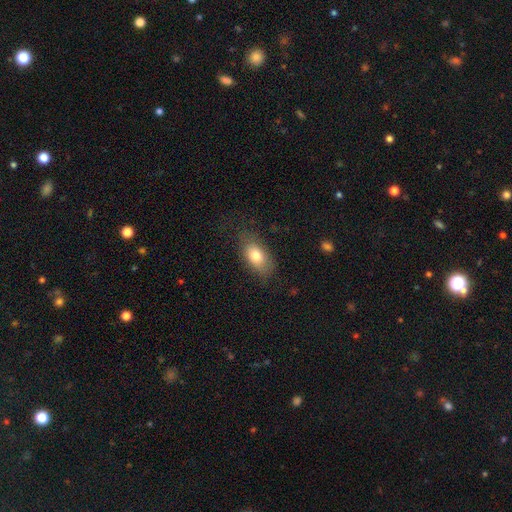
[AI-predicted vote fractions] Smooth or featured? Predicted: smooth (p=0.78). How rounded? Predicted: in between (p=0.89). Merging? Predicted: none (p=0.72).